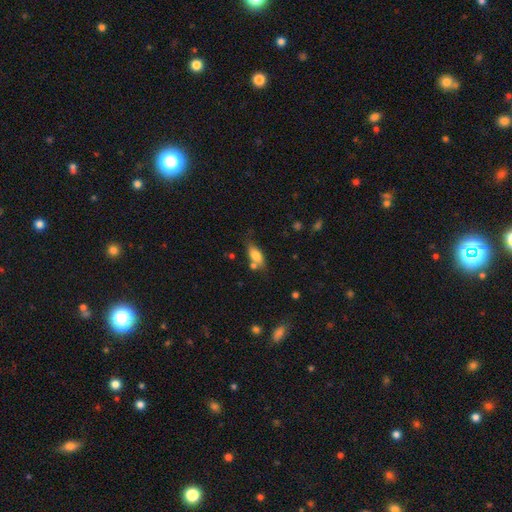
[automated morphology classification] This is likely a smooth galaxy (76%). How rounded: clearly in between (80%). Merging: likely none (61%).